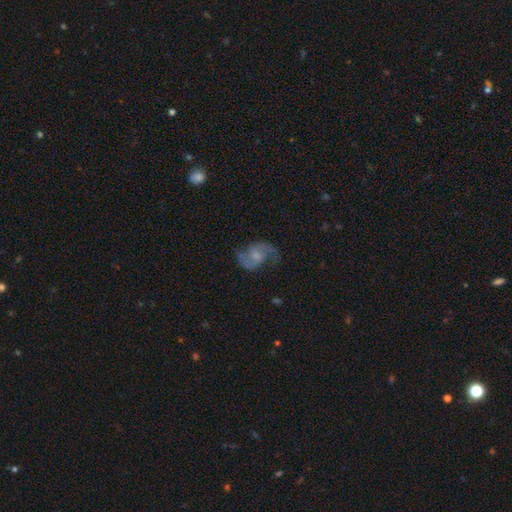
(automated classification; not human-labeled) Overall: featured or disk (82%). Edge-on disk: no (98%). Bar: no (56%; weak 38%). Spiral arms: yes (95%). Spiral arm count: 2 (91%). Spiral winding: medium (48%; loose 41%). Bulge size: small (41%; moderate 35%). Merging: none (71%).